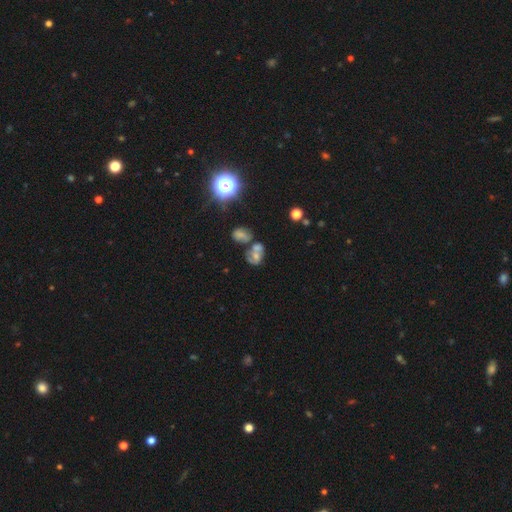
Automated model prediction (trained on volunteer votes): Q: Smooth or featured?
A: smooth (43%); runner-up: featured or disk (36%)
Q: Merging?
A: merger (52%); runner-up: none (26%)